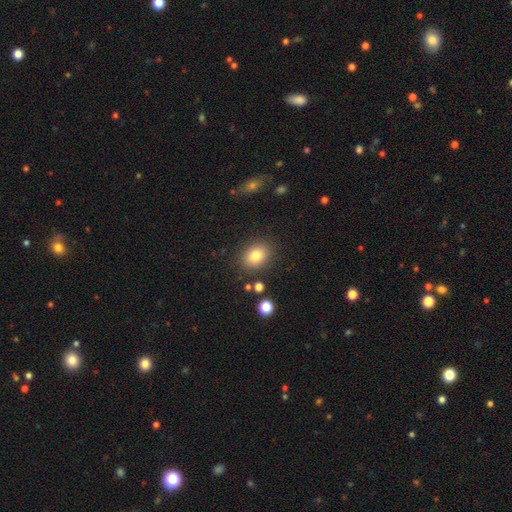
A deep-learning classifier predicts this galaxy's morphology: Smooth or featured: smooth — 81% (star or artifact — 10%)
How rounded: in between — 60% (round — 39%)
Merging: none — 84% (minor disturbance — 10%)